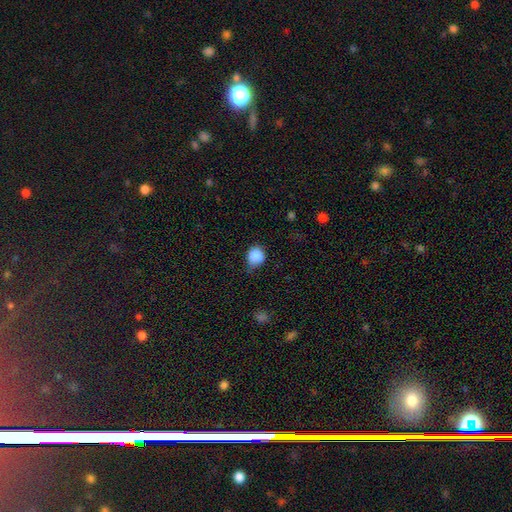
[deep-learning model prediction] Overall: smooth (86%). How rounded: round (75%). Merging: none (48%; minor disturbance 40%).